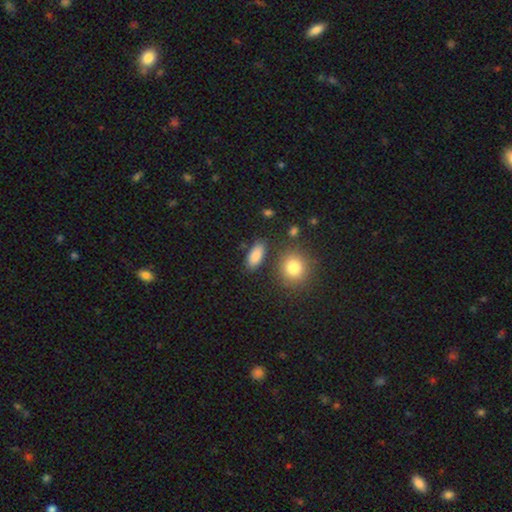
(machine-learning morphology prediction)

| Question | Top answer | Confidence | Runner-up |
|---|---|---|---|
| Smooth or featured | smooth | 85% | star or artifact (8%) |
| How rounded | in between | 85% | cigar-shaped (8%) |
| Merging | none | 80% | minor disturbance (12%) |